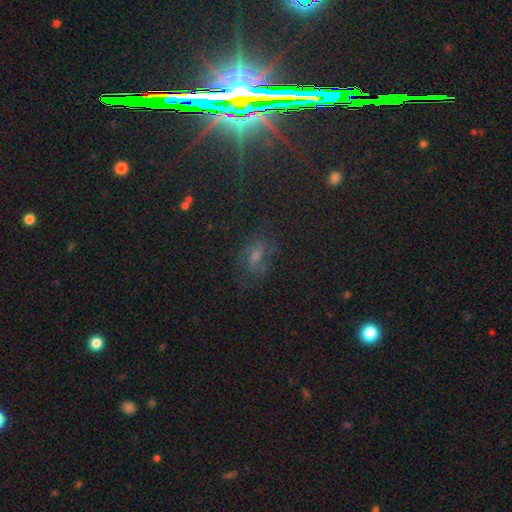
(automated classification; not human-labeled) This appears to be a star or artifact, not a galaxy (41%).